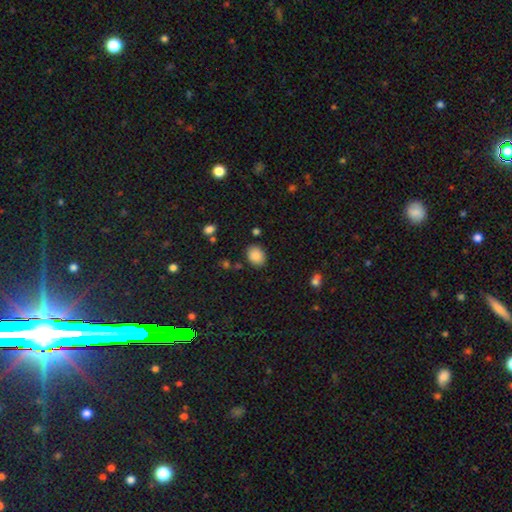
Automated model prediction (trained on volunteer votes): smooth 87%, star or artifact 9%, featured or disk 4%. Down the decision tree: how rounded — in between (63%); merging — none (83%).